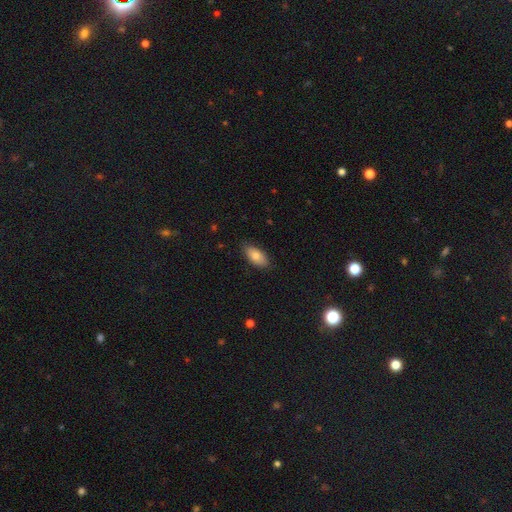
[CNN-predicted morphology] Q: Smooth or featured?
A: smooth (80%); runner-up: featured or disk (14%)
Q: How rounded?
A: in between (90%); runner-up: cigar-shaped (7%)
Q: Merging?
A: none (83%); runner-up: minor disturbance (14%)